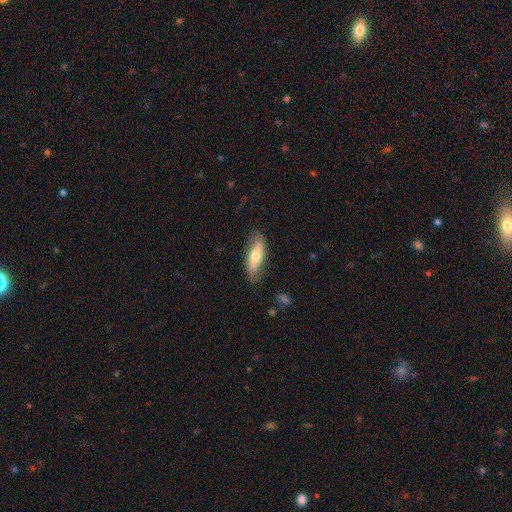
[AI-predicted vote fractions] Overall: smooth (53%; featured or disk 42%). How rounded: in between (61%; cigar-shaped 36%). Merging: none (73%).